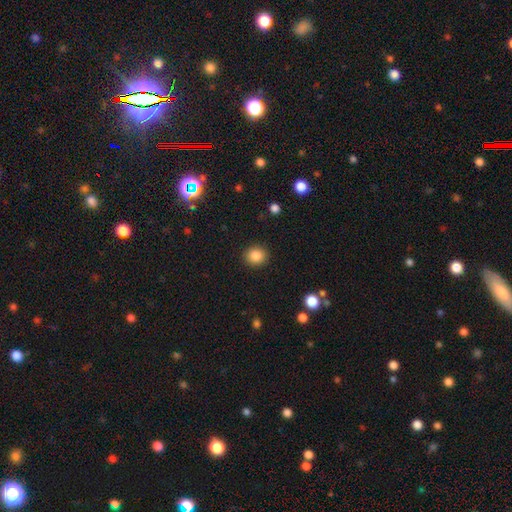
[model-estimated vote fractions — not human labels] smooth-or-featured: smooth: 85% | star or artifact: 10% | featured or disk: 5%
  how-rounded: round: 84% | in between: 15% | cigar-shaped: 1%
  merging: none: 91% | minor disturbance: 6% | major disturbance: 2% | merger: 1%